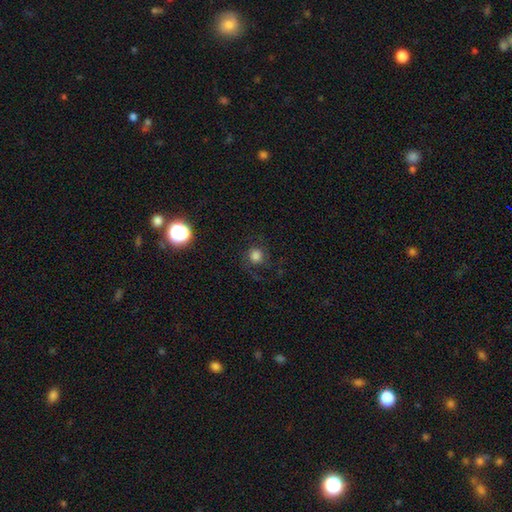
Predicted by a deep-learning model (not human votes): This is likely a smooth galaxy (66%). How rounded: clearly round (90%). Merging: likely none (69%).